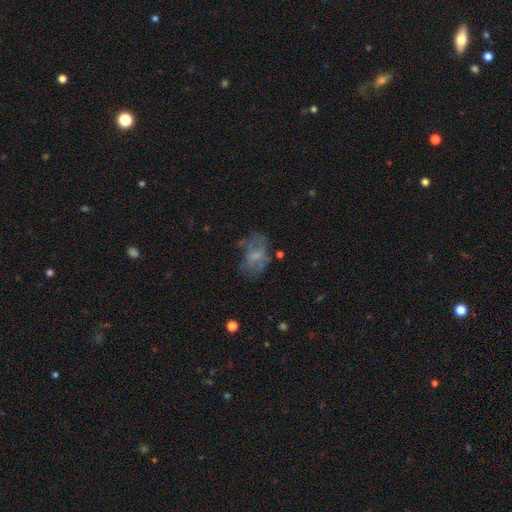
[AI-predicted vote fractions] This appears to be a smooth galaxy with no disk features (45%). Merging: none (42%).